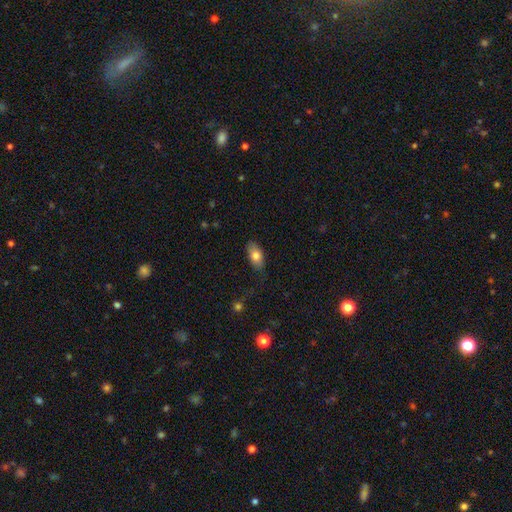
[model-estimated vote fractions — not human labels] Smooth or featured: smooth — 78% (featured or disk — 15%)
How rounded: in between — 90% (cigar-shaped — 6%)
Merging: none — 79% (minor disturbance — 16%)